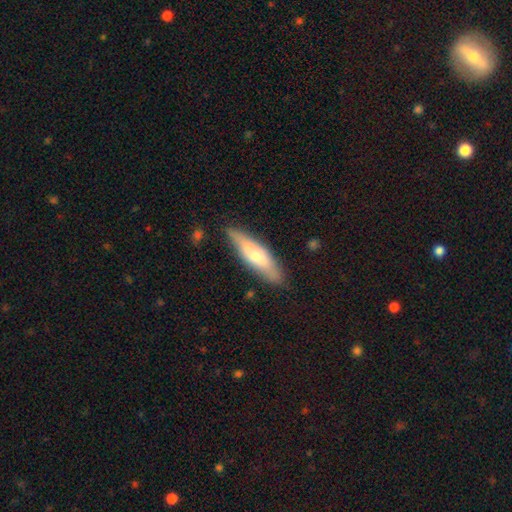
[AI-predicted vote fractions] Smooth or featured: smooth — 60% (featured or disk — 34%)
How rounded: cigar-shaped — 63% (in between — 36%)
Merging: none — 78% (minor disturbance — 17%)